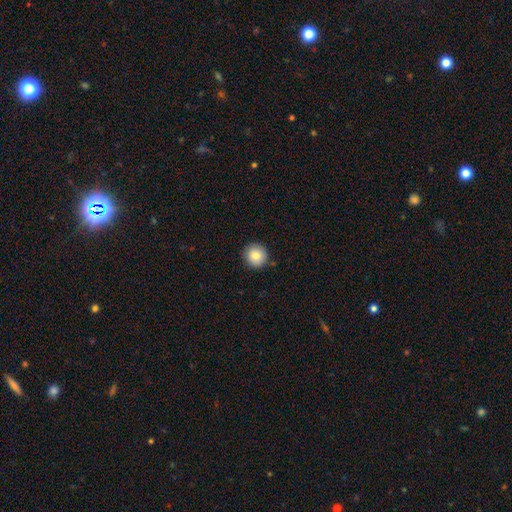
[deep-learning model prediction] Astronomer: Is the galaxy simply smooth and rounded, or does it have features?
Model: smooth — 82%.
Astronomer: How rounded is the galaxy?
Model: round — 95%.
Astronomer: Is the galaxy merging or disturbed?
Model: none — 90%.